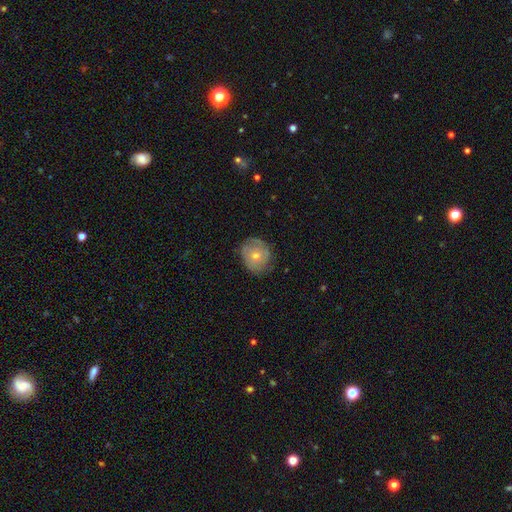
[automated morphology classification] type=smooth (48%); merging=none (77%).